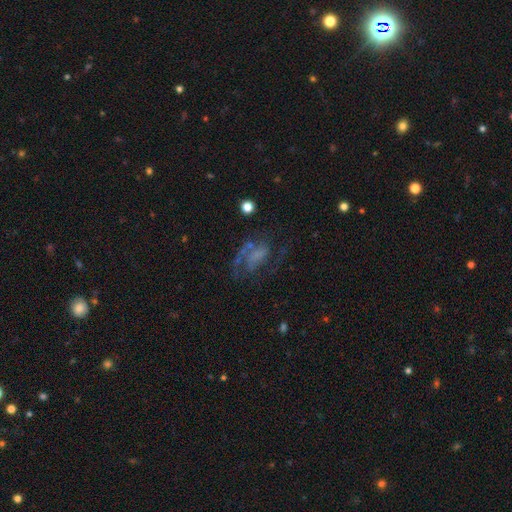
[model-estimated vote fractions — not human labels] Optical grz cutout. It shows a featured or disk galaxy (68%) with no bar (49%), 2 (59%) medium (47%) spiral arms (82%) and no central bulge (55%). Merging: none (47%).